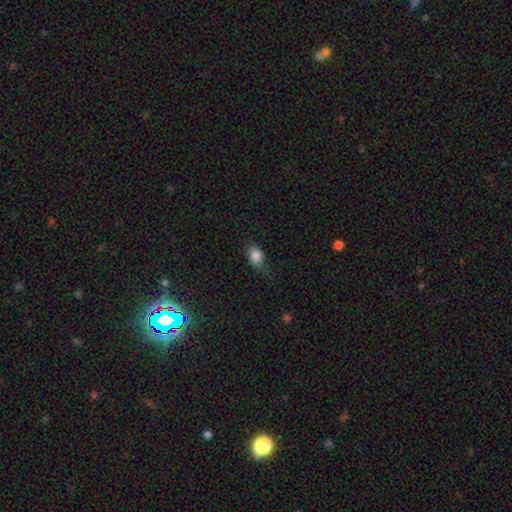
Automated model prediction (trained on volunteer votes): A smooth galaxy with no disk features (82%) that is in between round and cigar-shaped (78%). Merging: none (59%).